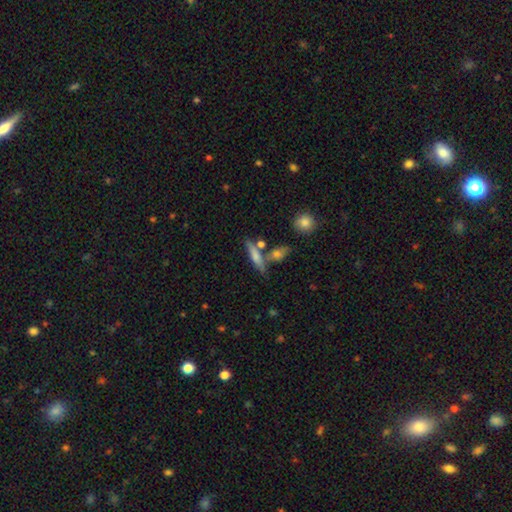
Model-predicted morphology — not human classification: Smooth or featured: smooth — 65% (featured or disk — 28%)
How rounded: cigar-shaped — 74% (in between — 22%)
Merging: none — 60% (merger — 22%)